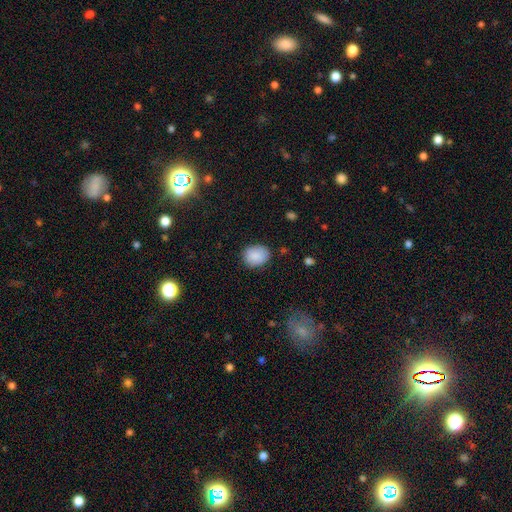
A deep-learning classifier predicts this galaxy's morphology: Overall: smooth (88%). How rounded: round (53%; in between 46%). Merging: none (79%).